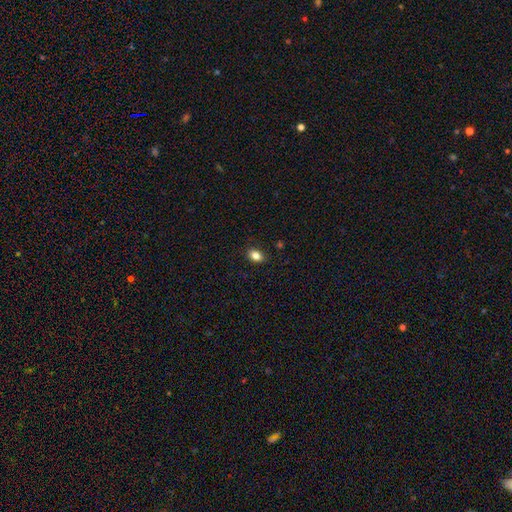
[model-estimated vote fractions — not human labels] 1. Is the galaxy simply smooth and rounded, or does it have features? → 83% smooth, 10% star or artifact, 6% featured or disk.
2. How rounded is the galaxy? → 79% in between, 20% round, 2% cigar-shaped.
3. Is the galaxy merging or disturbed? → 87% none, 10% minor disturbance, 2% major disturbance, 1% merger.